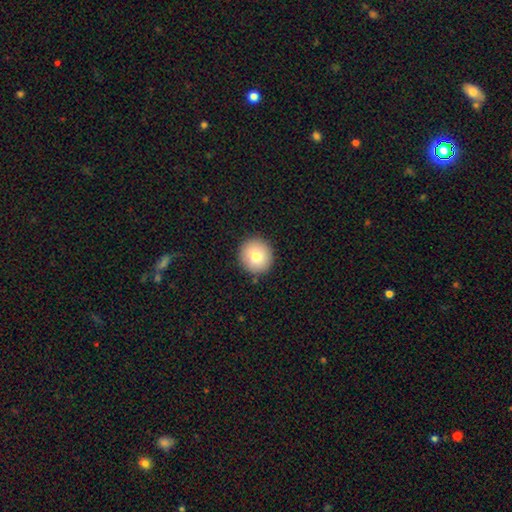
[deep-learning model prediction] The model was most divided on "smooth or featured": smooth: 78%, featured or disk: 12%, star or artifact: 9%. More confident: how rounded — round (94%); merging — none (91%).